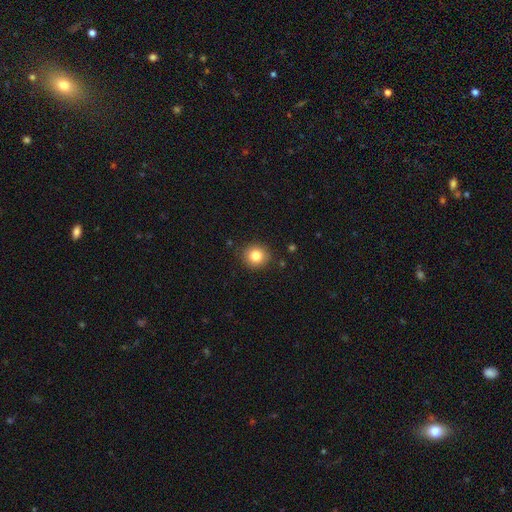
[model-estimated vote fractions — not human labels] A smooth galaxy with no disk features (82%) that is round (90%). Merging: none (89%).